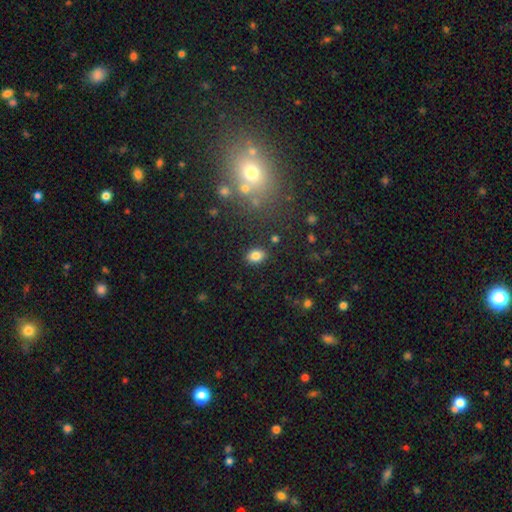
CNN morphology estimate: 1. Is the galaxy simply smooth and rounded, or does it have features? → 82% smooth, 11% star or artifact, 7% featured or disk.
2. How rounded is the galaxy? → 73% in between, 25% round, 1% cigar-shaped.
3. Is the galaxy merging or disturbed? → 86% none, 9% minor disturbance, 3% major disturbance, 2% merger.